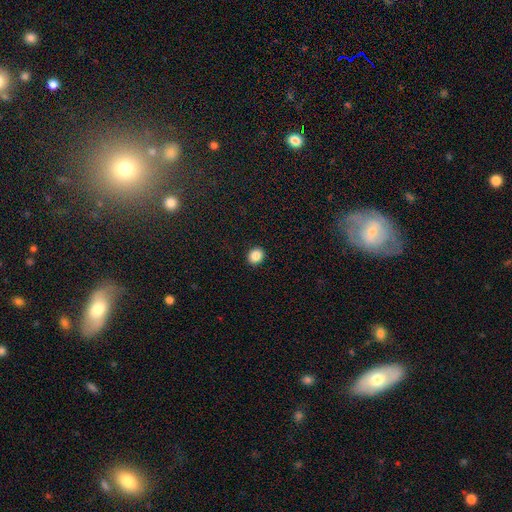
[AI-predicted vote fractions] The model was most divided on "how rounded": round: 68%, in between: 31%, cigar-shaped: 1%. More confident: merging — none (92%); smooth or featured — smooth (87%).